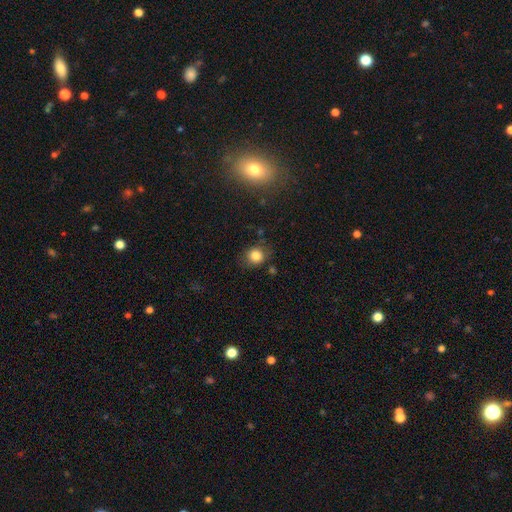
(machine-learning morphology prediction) This appears to be a smooth galaxy with no disk features (83%) that is round (77%). Merging: none (75%).